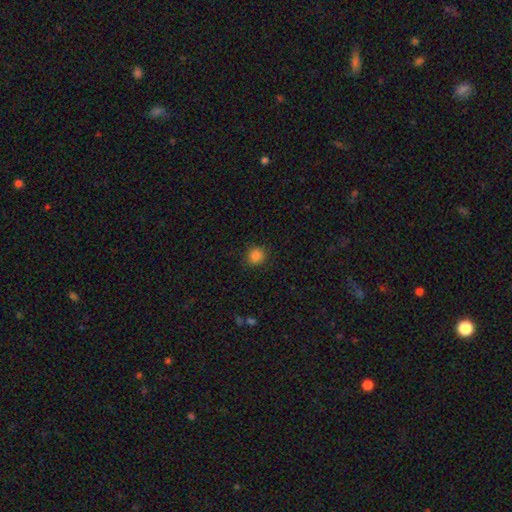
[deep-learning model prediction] A smooth galaxy with no disk features (85%) that is round (87%).

Vote fractions:
- Smooth or featured? smooth: 85% / star or artifact: 12% / featured or disk: 4%
- How rounded? round: 87% / in between: 12% / cigar-shaped: 1%
- Merging? none: 88% / minor disturbance: 8% / major disturbance: 2% / merger: 1%